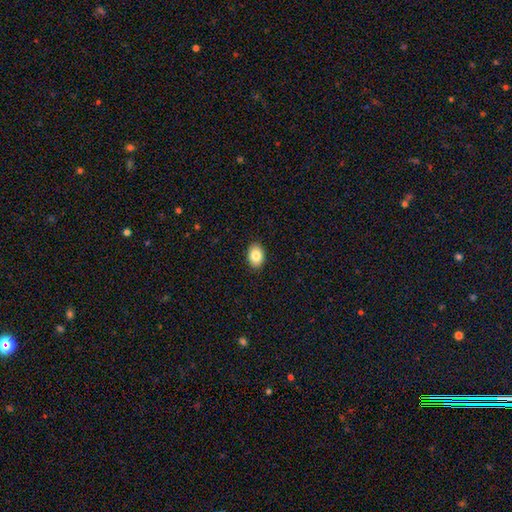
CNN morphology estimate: This is clearly a smooth galaxy (84%). How rounded: likely in between (79%). Merging: clearly none (90%).